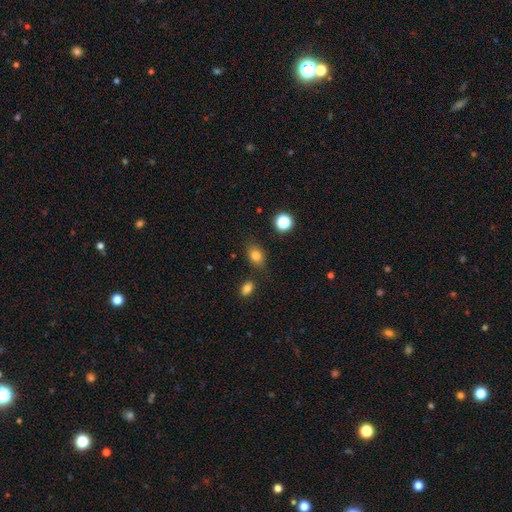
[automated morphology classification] This appears to be a smooth galaxy with no disk features (81%) that is in between round and cigar-shaped (68%). Merging: none (78%).